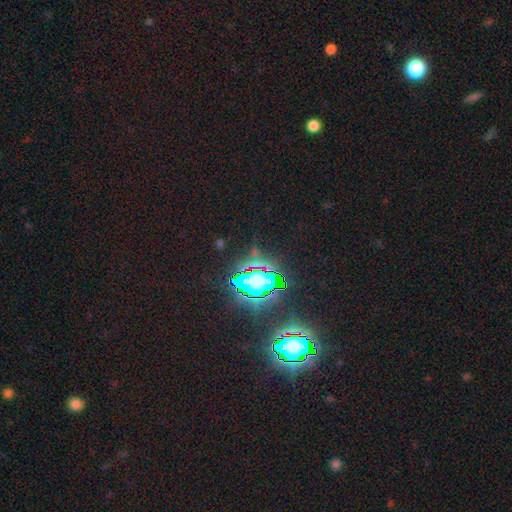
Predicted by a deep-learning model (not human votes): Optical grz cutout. It shows a star or artifact, not a galaxy (77%).